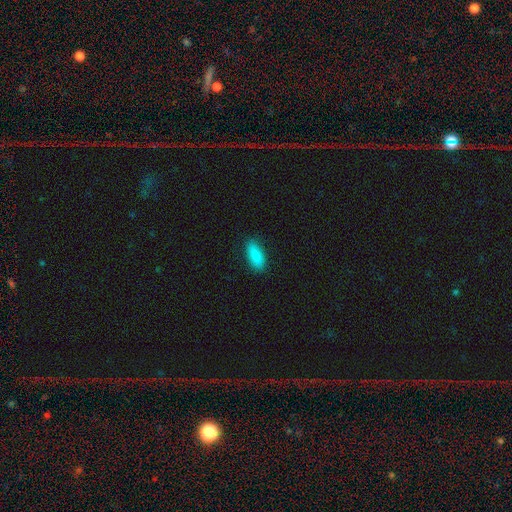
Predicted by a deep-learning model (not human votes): This appears to be a smooth galaxy with no disk features (86%) that is in between round and cigar-shaped (76%). Merging: none (85%).